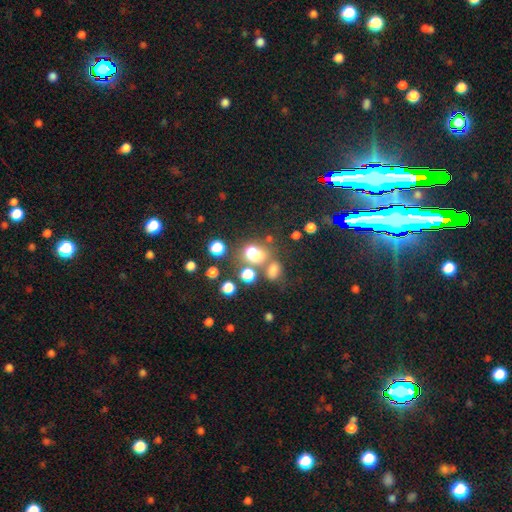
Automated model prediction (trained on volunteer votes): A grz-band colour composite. It shows a smooth galaxy with no disk features (65%) that is in between round and cigar-shaped (53%). Merging: none (40%).